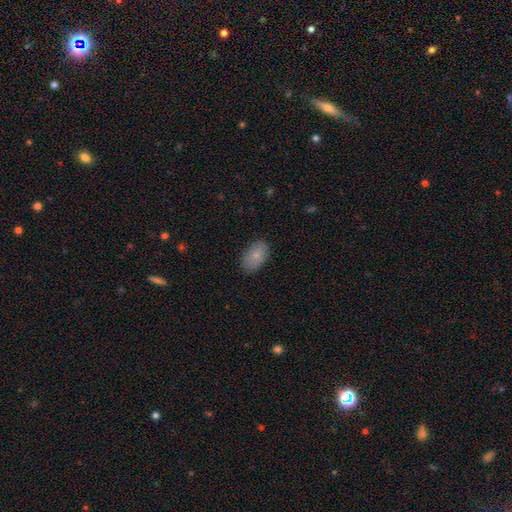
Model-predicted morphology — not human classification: Smooth or featured? Predicted: smooth (p=0.85). How rounded? Predicted: in between (p=0.91). Merging? Predicted: none (p=0.85).